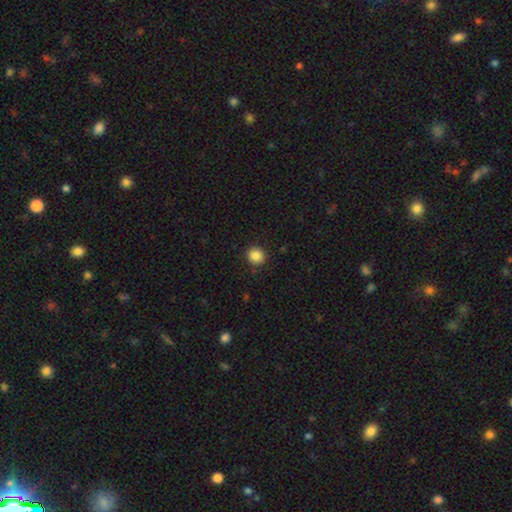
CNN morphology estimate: Smooth or featured? Predicted: smooth (p=0.86). How rounded? Predicted: round (p=0.88). Merging? Predicted: none (p=0.91).